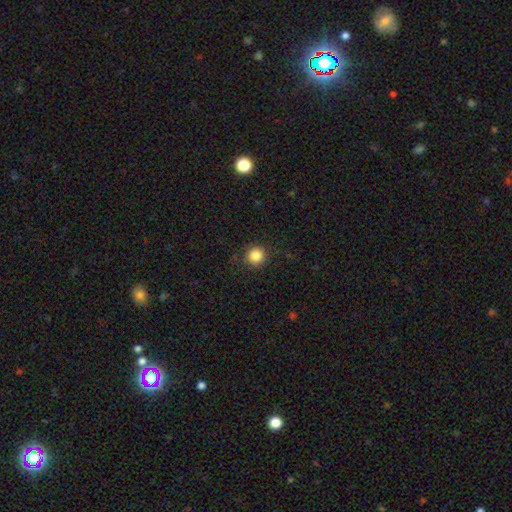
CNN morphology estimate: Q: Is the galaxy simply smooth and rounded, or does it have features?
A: smooth — 85%.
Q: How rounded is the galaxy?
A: round — 94%.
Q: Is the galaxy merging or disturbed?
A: none — 90%.